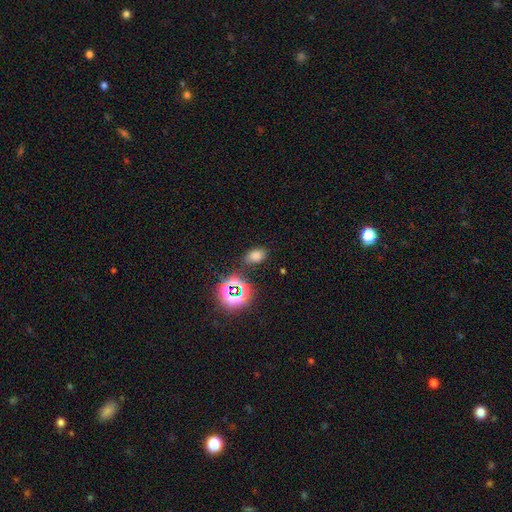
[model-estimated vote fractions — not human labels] smooth-or-featured: smooth: 69% | star or artifact: 25% | featured or disk: 7%
  how-rounded: in between: 83% | round: 16% | cigar-shaped: 2%
  merging: none: 79% | minor disturbance: 13% | major disturbance: 4% | merger: 4%